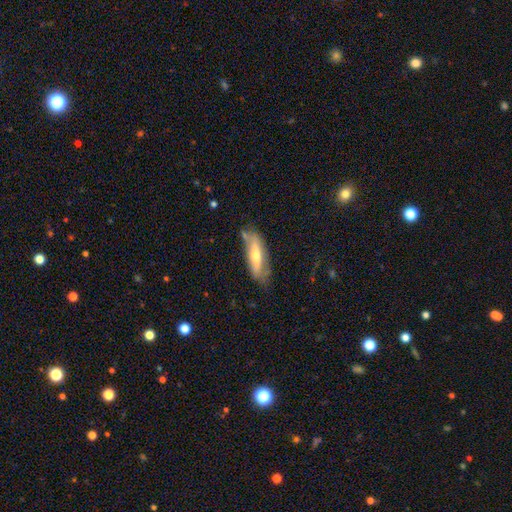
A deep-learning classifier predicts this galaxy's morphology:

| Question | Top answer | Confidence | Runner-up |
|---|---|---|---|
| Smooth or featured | featured or disk | 52% | smooth (41%) |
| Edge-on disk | yes | 53% | no (47%) |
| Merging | none | 58% | minor disturbance (28%) |